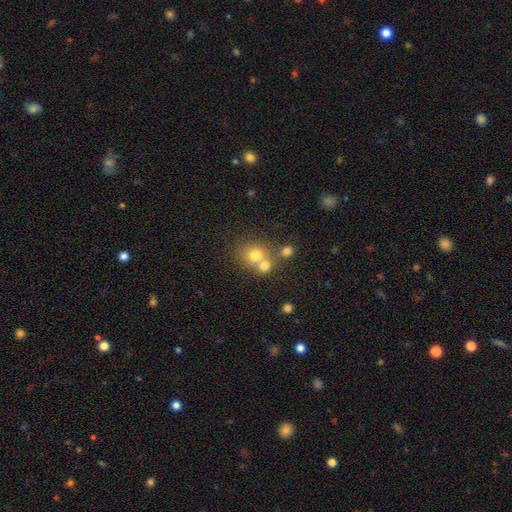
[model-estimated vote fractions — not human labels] The model was most divided on "merging": none: 45%, merger: 43%, minor disturbance: 8%, major disturbance: 4%. More confident: how rounded — round (79%); smooth or featured — smooth (72%).